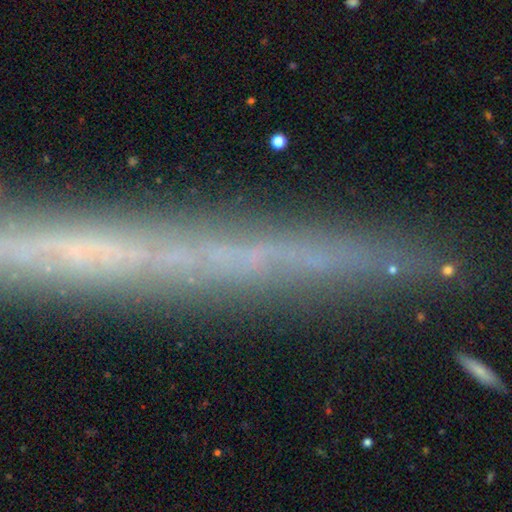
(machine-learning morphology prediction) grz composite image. It shows a featured or disk galaxy (57%) viewed edge-on (91%) with no central bulge (79%). Merging: none (85%).